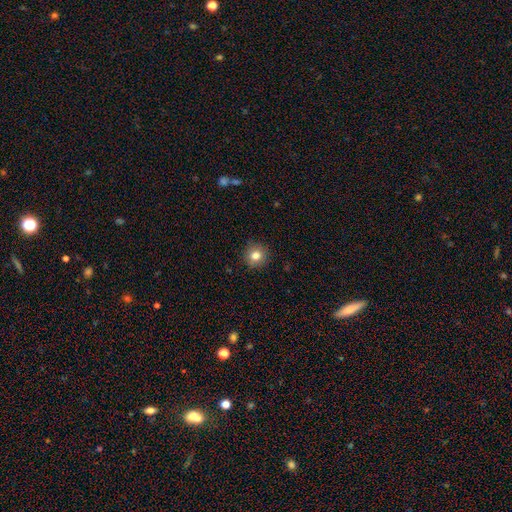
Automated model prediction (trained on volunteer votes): smooth-or-featured: smooth: 81% | star or artifact: 11% | featured or disk: 8%
  how-rounded: round: 92% | in between: 7% | cigar-shaped: 1%
  merging: none: 90% | minor disturbance: 7% | major disturbance: 2% | merger: 1%